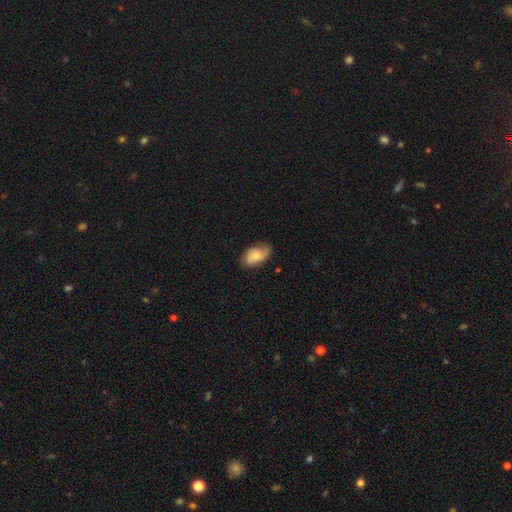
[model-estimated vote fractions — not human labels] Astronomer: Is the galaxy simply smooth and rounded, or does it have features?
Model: smooth — 72%.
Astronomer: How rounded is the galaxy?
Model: in between — 93%.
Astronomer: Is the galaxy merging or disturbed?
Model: none — 72%.